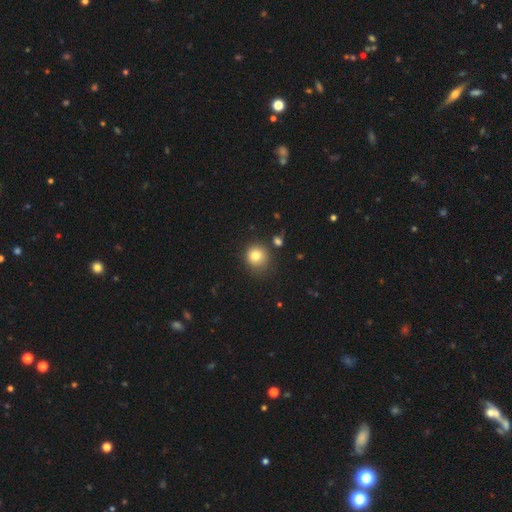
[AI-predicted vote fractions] Smooth or featured?
  - smooth: 80% *
  - star or artifact: 12%
  - featured or disk: 8%
How rounded?
  - round: 89% *
  - in between: 10%
  - cigar-shaped: 1%
Merging?
  - none: 80% *
  - minor disturbance: 12%
  - merger: 5%
  - major disturbance: 4%